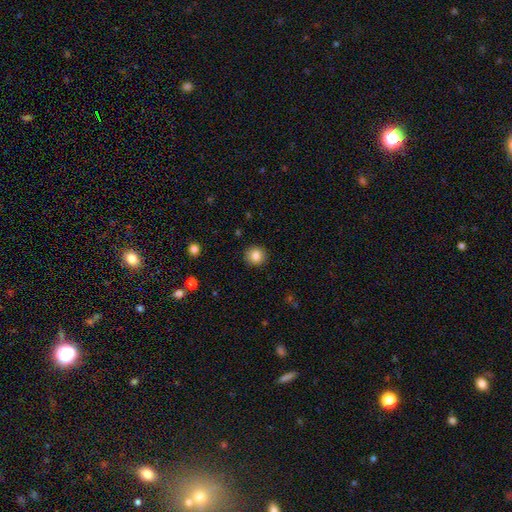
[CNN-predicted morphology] Smooth or featured: smooth — 83% (star or artifact — 10%)
How rounded: round — 92% (in between — 7%)
Merging: none — 92% (minor disturbance — 6%)